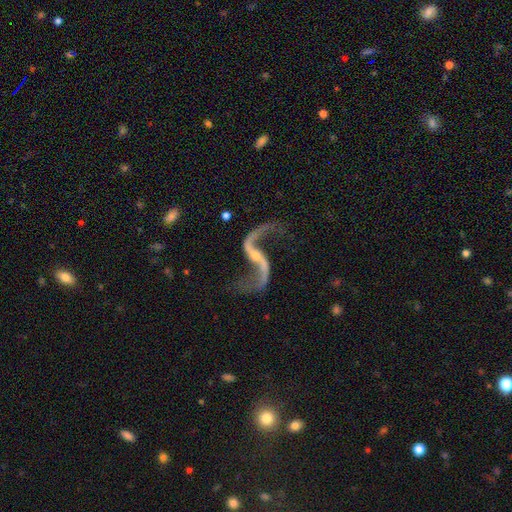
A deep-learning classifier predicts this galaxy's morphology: smooth-or-featured: featured or disk: 93% | star or artifact: 4% | smooth: 2%
  disk-edge-on: no: 97% | yes: 3%
    bar: no: 39% | weak: 35% | strong: 26%
    has-spiral-arms: yes: 98% | no: 2%
      spiral-winding: loose: 93% | medium: 5% | tight: 2%
      spiral-arm-count: 2: 95% | 1: 2% | can't tell: 1% | 3: 1% | 4: 1% | more than 4: 1%
    bulge-size: small: 71% | moderate: 18% | none: 8% | large: 2% | dominant: 1%
  merging: none: 74% | minor disturbance: 13% | major disturbance: 9% | merger: 3%